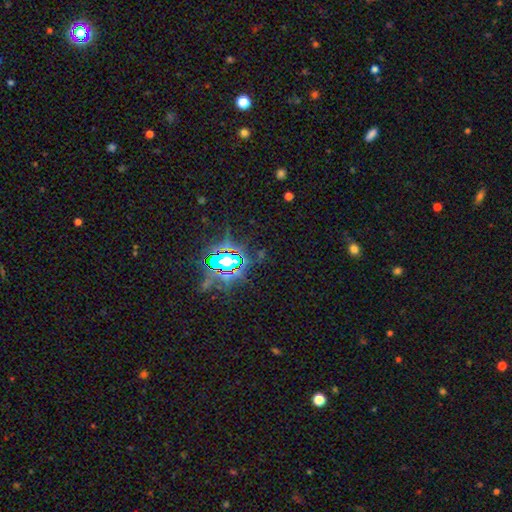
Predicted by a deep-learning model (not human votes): A star or artifact, not a galaxy (82%).

Vote fractions:
- Smooth or featured? star or artifact: 82% / smooth: 10% / featured or disk: 8%